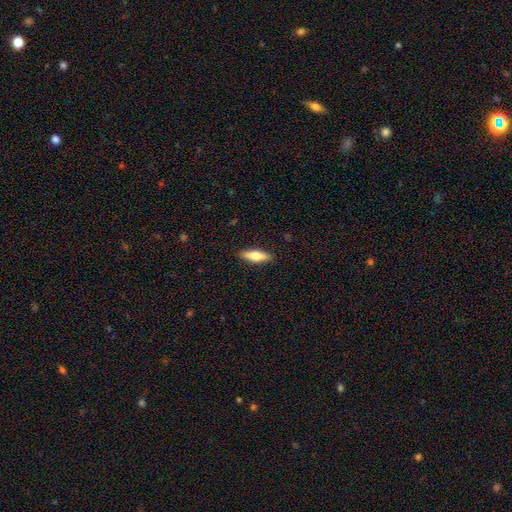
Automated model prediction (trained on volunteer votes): The model was most divided on "how rounded": cigar-shaped: 55%, in between: 43%, round: 2%. More confident: merging — none (89%); smooth or featured — smooth (62%).